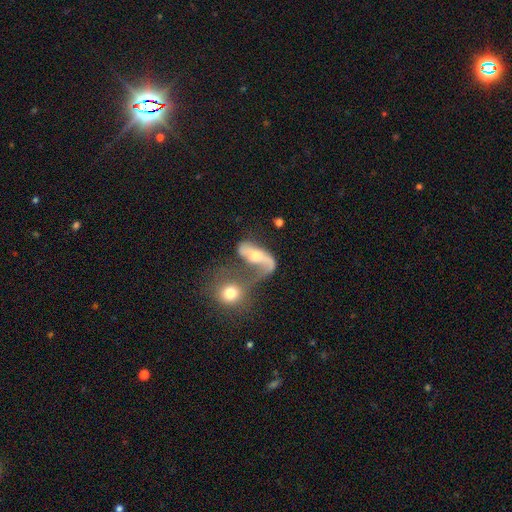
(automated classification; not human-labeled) Overall: featured or disk (65%; smooth 27%). Edge-on disk: no (90%). Bar: no (56%; weak 28%). Spiral arms: yes (76%). Bulge size: moderate (61%; small 27%). Merging: merger (51%; major disturbance 20%).